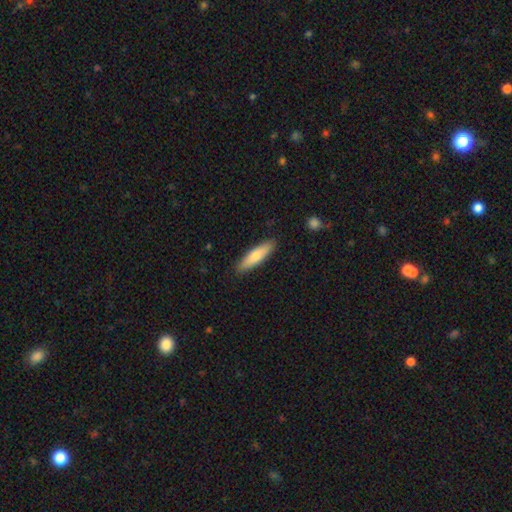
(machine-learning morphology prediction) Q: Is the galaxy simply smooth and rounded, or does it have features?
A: smooth — 74%.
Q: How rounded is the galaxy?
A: cigar-shaped — 71%.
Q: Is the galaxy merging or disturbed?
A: none — 89%.